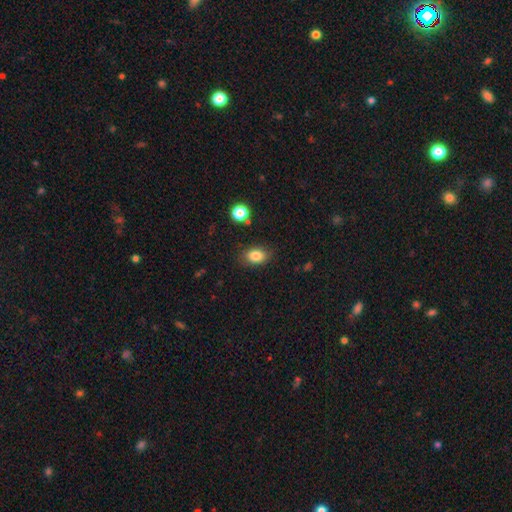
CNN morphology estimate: type=smooth (83%); roundness=in between (77%); merging=none (81%).